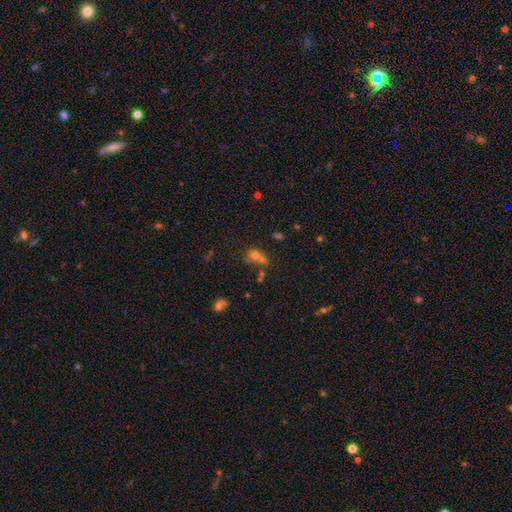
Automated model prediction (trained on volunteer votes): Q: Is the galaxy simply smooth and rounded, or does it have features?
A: smooth — 58%.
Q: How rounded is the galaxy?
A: round — 61%.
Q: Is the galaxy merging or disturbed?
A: merger — 46%.